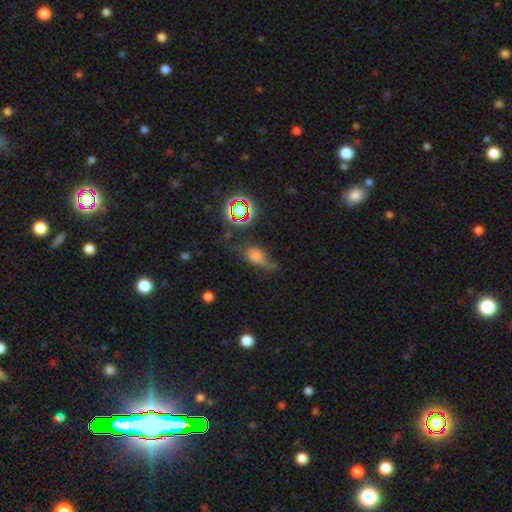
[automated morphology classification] Smooth or featured? smooth (49%)
Merging? none (41%)